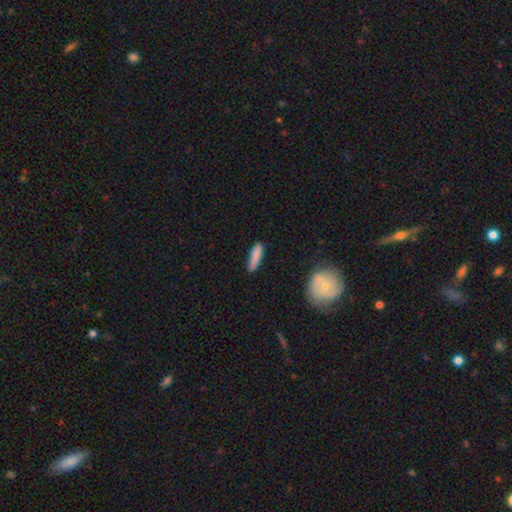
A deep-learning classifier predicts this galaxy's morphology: This appears to be a smooth galaxy with no disk features (83%) that is cigar-shaped (75%). Merging: none (79%).